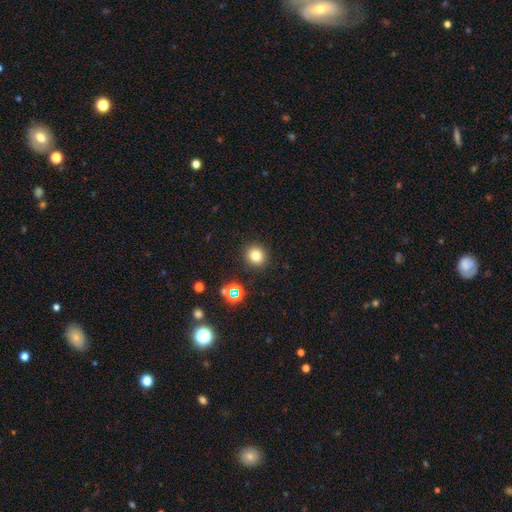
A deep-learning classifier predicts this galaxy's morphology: This is likely a smooth galaxy (78%). How rounded: clearly round (87%). Merging: clearly none (90%).